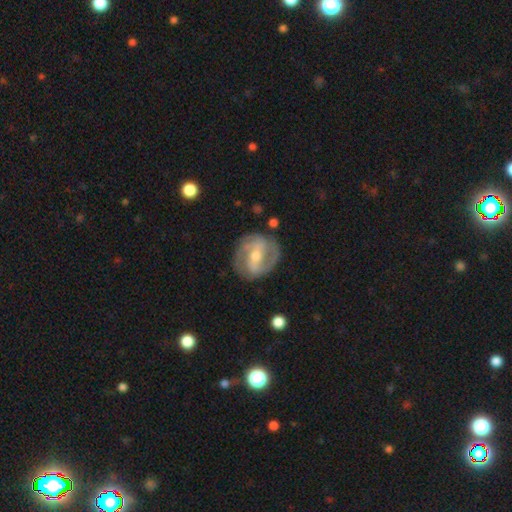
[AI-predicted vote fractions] Smooth or featured? featured or disk (82%)
Edge-on disk? no (97%)
Bar? weak (41%)
Spiral arms? yes (90%)
Spiral winding? medium (46%)
Spiral arm count? 2 (75%)
Bulge size? moderate (56%)
Merging? none (79%)